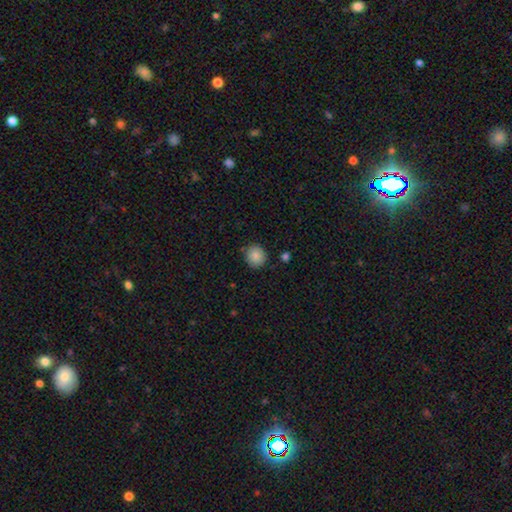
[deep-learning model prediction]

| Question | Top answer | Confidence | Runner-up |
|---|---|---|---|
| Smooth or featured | smooth | 87% | star or artifact (8%) |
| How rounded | round | 87% | in between (12%) |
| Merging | none | 85% | minor disturbance (10%) |